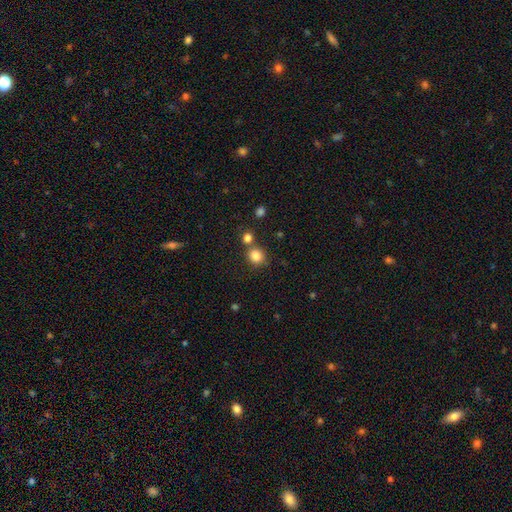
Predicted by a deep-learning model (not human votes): Overall: smooth (84%). How rounded: round (81%). Merging: none (66%).